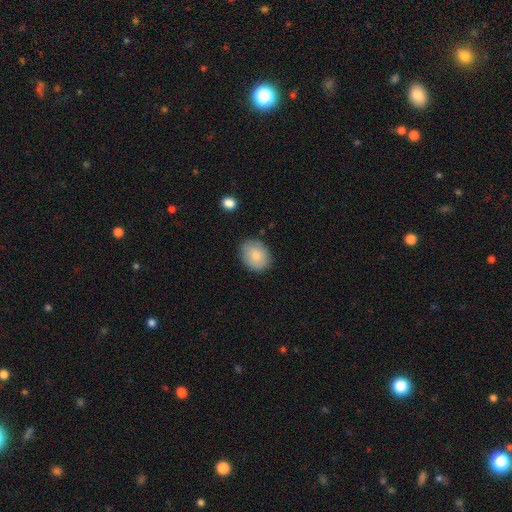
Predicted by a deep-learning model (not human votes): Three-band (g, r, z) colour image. It shows a smooth galaxy with no disk features (82%) that is in between round and cigar-shaped (54%). Merging: none (82%).